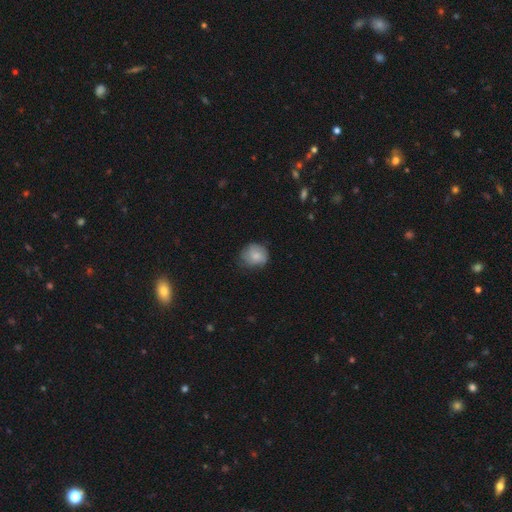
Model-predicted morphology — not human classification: This appears to be a smooth galaxy with no disk features (73%) that is round (77%). Merging: none (66%).